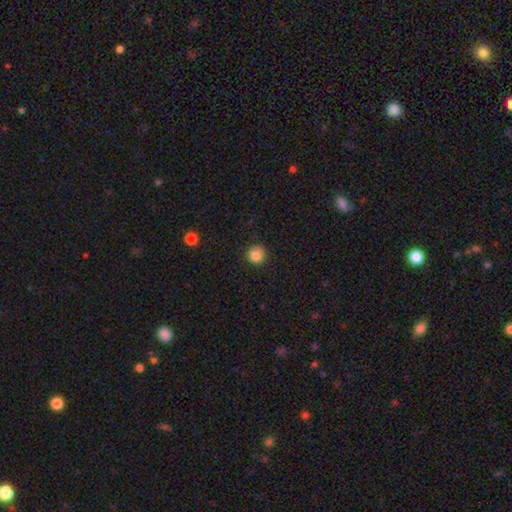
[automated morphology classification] A smooth galaxy with no disk features (84%) that is round (93%).

Vote fractions:
- Smooth or featured? smooth: 84% / star or artifact: 11% / featured or disk: 5%
- How rounded? round: 93% / in between: 6% / cigar-shaped: 1%
- Merging? none: 88% / minor disturbance: 9% / major disturbance: 2% / merger: 1%